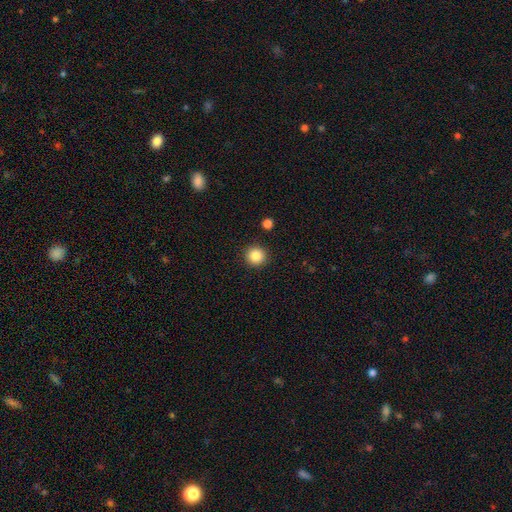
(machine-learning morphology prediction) smooth 85%, star or artifact 10%, featured or disk 5%. Down the decision tree: how rounded — round (95%); merging — none (92%).